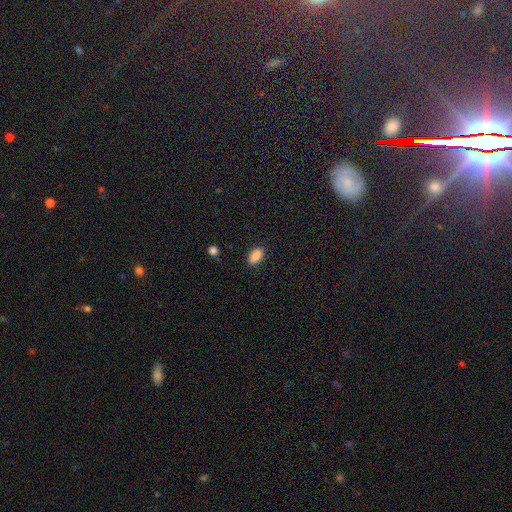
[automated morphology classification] Overall: smooth (88%). How rounded: in between (91%). Merging: none (87%).